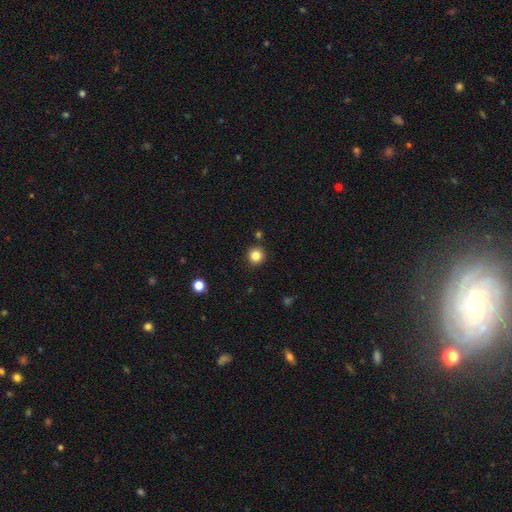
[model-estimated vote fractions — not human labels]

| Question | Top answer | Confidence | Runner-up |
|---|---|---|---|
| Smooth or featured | smooth | 84% | star or artifact (11%) |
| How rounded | round | 94% | in between (5%) |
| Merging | none | 90% | minor disturbance (6%) |